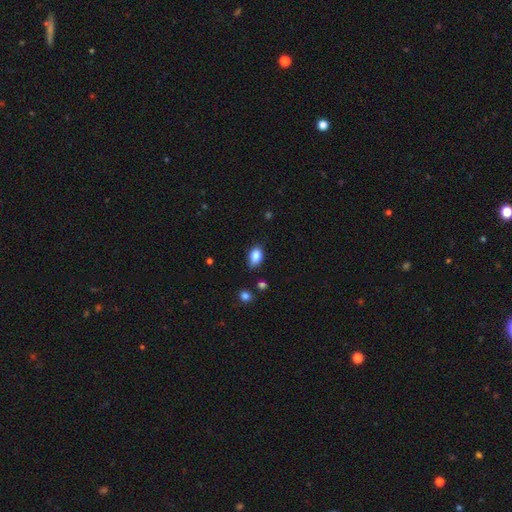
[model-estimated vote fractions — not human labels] Smooth or featured?
  - smooth: 84% *
  - star or artifact: 9%
  - featured or disk: 7%
How rounded?
  - in between: 83% *
  - round: 15%
  - cigar-shaped: 2%
Merging?
  - none: 74% *
  - minor disturbance: 21%
  - major disturbance: 3%
  - merger: 2%